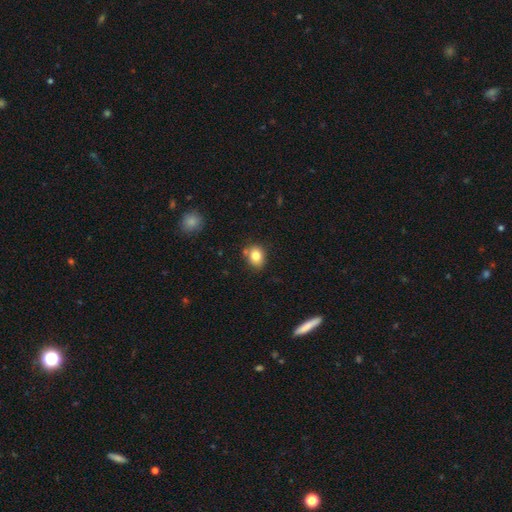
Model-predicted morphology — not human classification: A smooth galaxy with no disk features (81%) that is round (53%).

Vote fractions:
- Smooth or featured? smooth: 81% / star or artifact: 10% / featured or disk: 9%
- How rounded? round: 53% / in between: 46% / cigar-shaped: 1%
- Merging? none: 73% / minor disturbance: 15% / merger: 8% / major disturbance: 3%